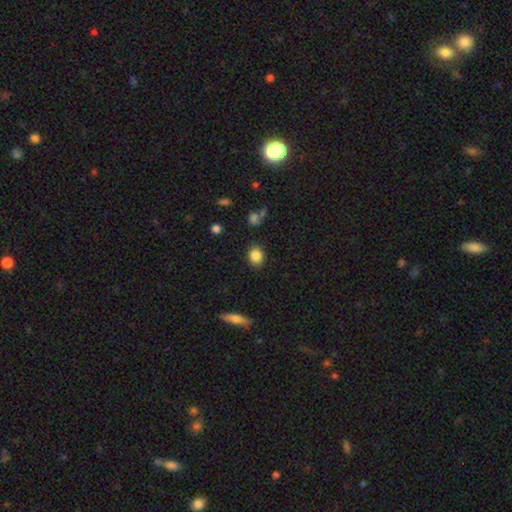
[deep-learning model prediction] This appears to be a smooth galaxy with no disk features (85%) that is round (63%). Merging: none (87%).